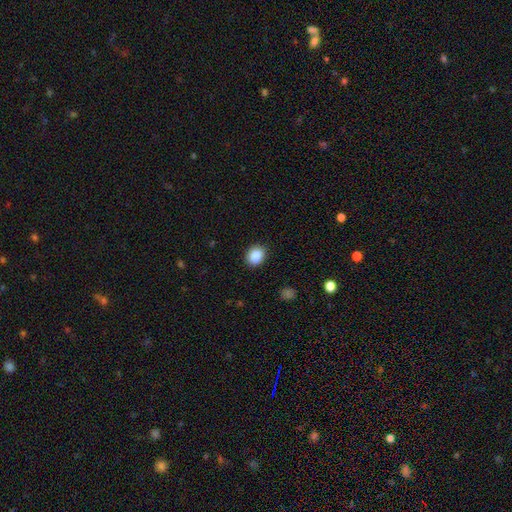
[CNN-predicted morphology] Smooth or featured? smooth (88%)
How rounded? round (57%)
Merging? none (88%)